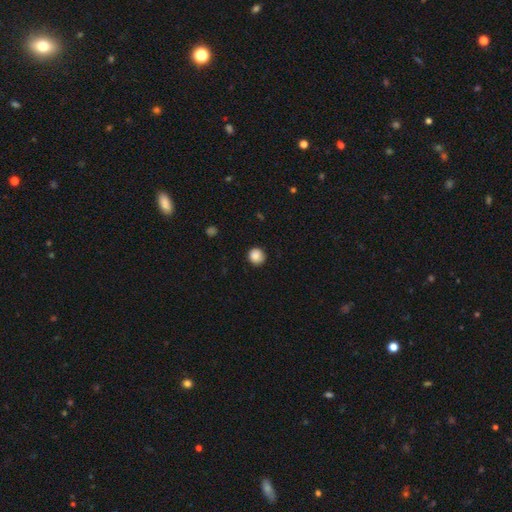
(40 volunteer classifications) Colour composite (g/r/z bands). It shows a smooth galaxy with no disk features (82%) that is round (91%). Merging: none (86%).